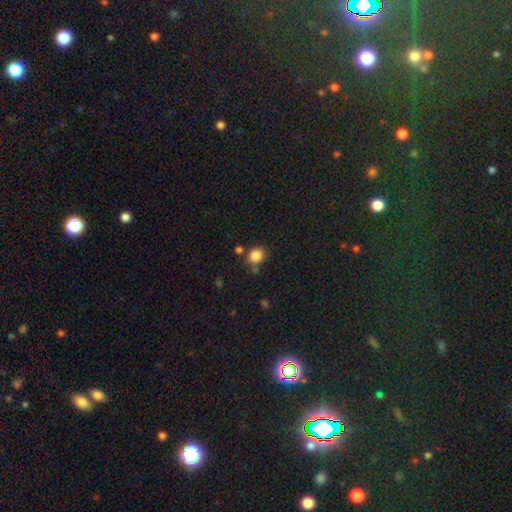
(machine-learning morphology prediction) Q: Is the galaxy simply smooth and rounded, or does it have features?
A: smooth — 85%.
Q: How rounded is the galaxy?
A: round — 64%.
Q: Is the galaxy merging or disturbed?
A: none — 72%.